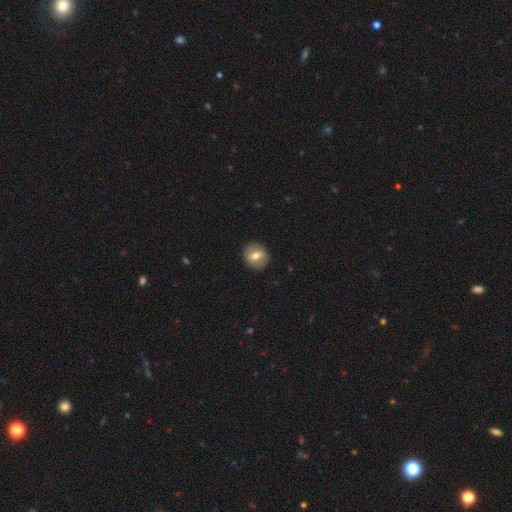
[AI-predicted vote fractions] Q: Smooth or featured?
A: smooth (67%); runner-up: featured or disk (25%)
Q: How rounded?
A: round (85%); runner-up: in between (14%)
Q: Merging?
A: none (90%); runner-up: minor disturbance (7%)